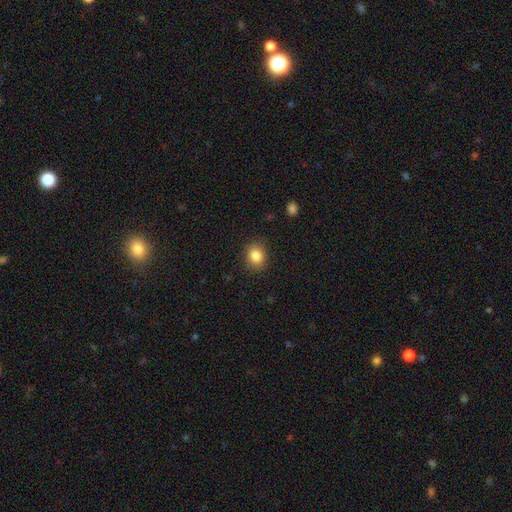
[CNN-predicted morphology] The model was most divided on "how rounded": round: 56%, in between: 43%, cigar-shaped: 1%. More confident: merging — none (86%); smooth or featured — smooth (85%).